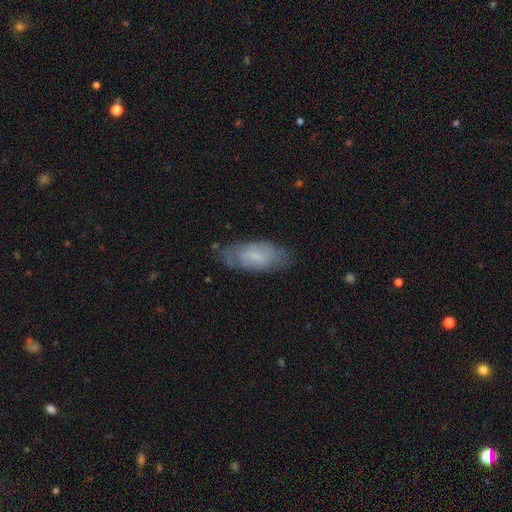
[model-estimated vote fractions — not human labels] Smooth or featured: smooth — 53% (featured or disk — 39%)
How rounded: in between — 84% (cigar-shaped — 14%)
Merging: none — 70% (minor disturbance — 22%)